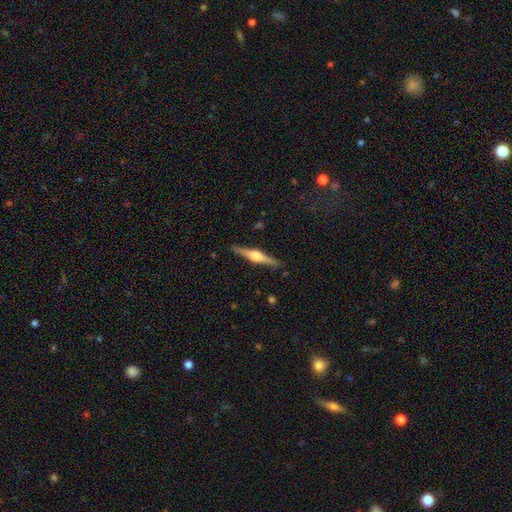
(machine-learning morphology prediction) This appears to be a featured or disk galaxy (78%) viewed edge-on (98%) with a rounded central bulge (91%). Merging: none (90%).